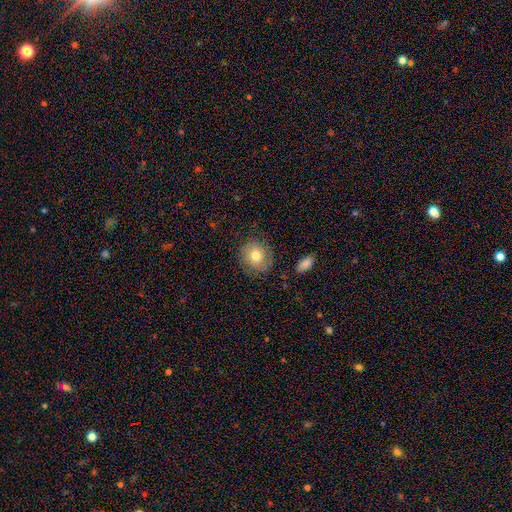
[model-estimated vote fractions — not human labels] This is likely a smooth galaxy (75%). How rounded: clearly round (88%). Merging: clearly none (82%).